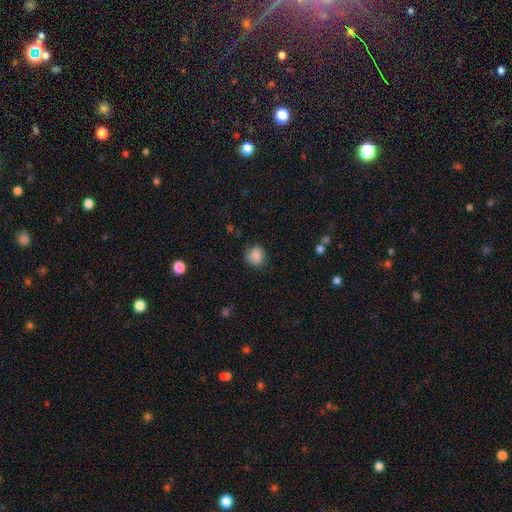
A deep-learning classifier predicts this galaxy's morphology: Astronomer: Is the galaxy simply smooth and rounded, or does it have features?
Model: smooth — 80%.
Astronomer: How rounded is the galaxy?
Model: round — 68%.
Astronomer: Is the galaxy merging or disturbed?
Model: none — 68%.